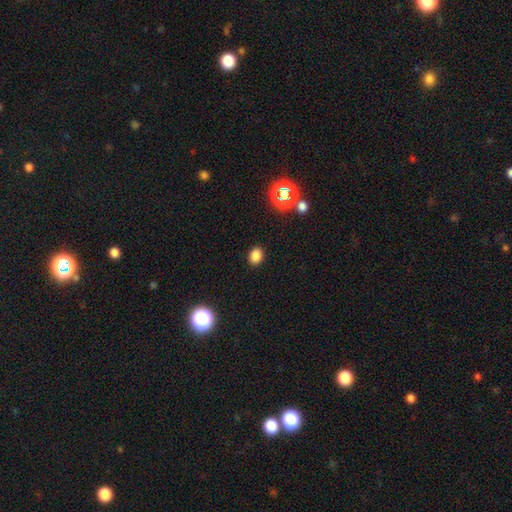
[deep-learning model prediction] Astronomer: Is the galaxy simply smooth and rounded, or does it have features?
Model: smooth — 81%.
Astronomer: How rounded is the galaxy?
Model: in between — 64%.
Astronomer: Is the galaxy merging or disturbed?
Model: none — 89%.